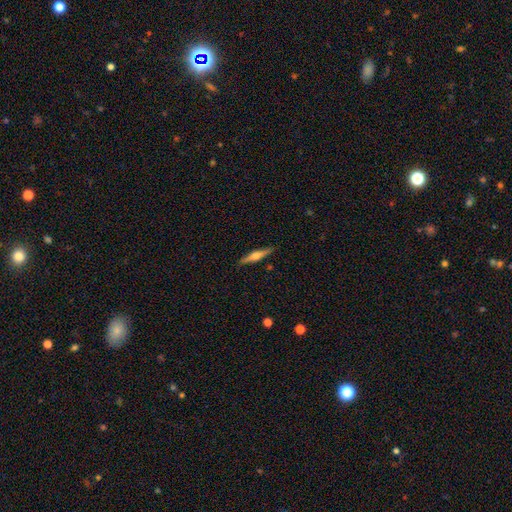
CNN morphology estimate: A featured or disk galaxy (62%) viewed edge-on (97%) with a rounded central bulge (86%). Merging: none (89%).